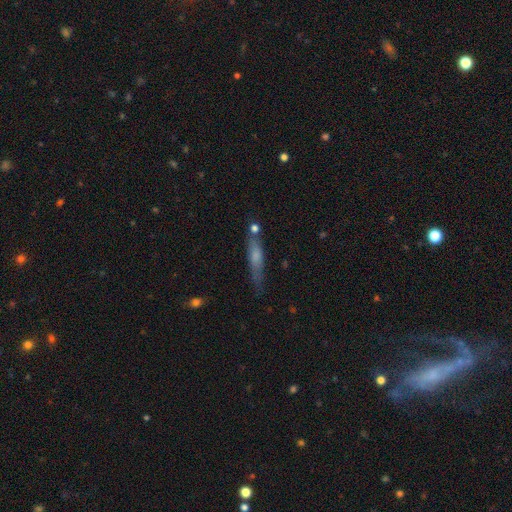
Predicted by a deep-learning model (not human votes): Smooth or featured?
  - smooth: 58% *
  - featured or disk: 33%
  - star or artifact: 8%
How rounded?
  - cigar-shaped: 85% *
  - in between: 13%
  - round: 2%
Merging?
  - none: 62% *
  - minor disturbance: 22%
  - merger: 9%
  - major disturbance: 7%